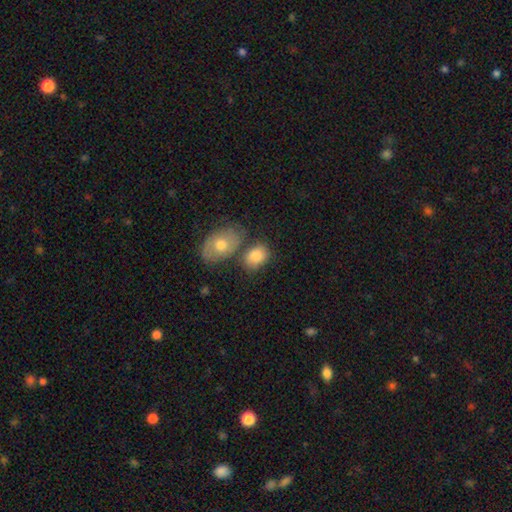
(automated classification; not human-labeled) A smooth galaxy with no disk features (78%) that is in between round and cigar-shaped (78%).

Vote fractions:
- Smooth or featured? smooth: 78% / featured or disk: 14% / star or artifact: 8%
- How rounded? in between: 78% / round: 20% / cigar-shaped: 1%
- Merging? none: 55% / merger: 24% / minor disturbance: 16% / major disturbance: 5%